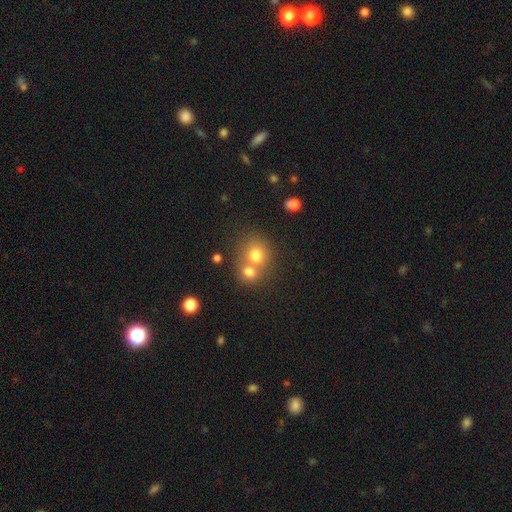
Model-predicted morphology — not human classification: Smooth or featured: smooth — 74% (featured or disk — 13%)
How rounded: round — 75% (in between — 25%)
Merging: merger — 55% (none — 35%)